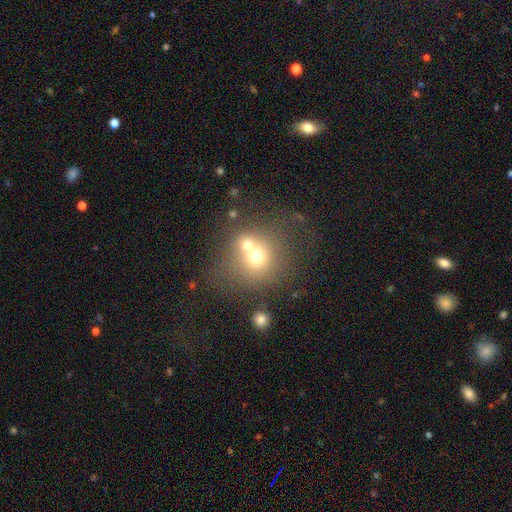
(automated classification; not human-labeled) smooth 63%, featured or disk 20%, star or artifact 17%. Down the decision tree: how rounded — round (85%); merging — merger (43%).